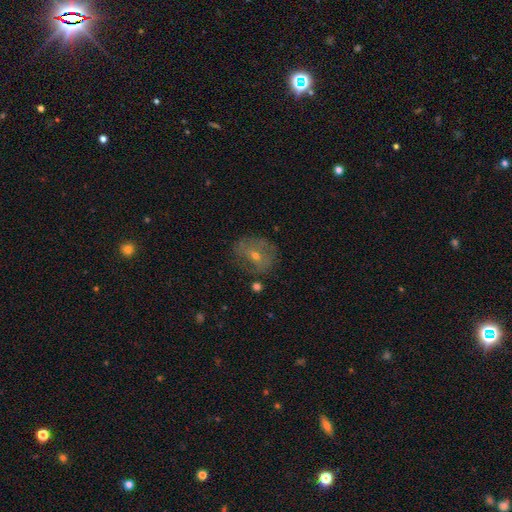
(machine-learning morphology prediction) Overall: featured or disk (47%; smooth 39%). Merging: none (63%).